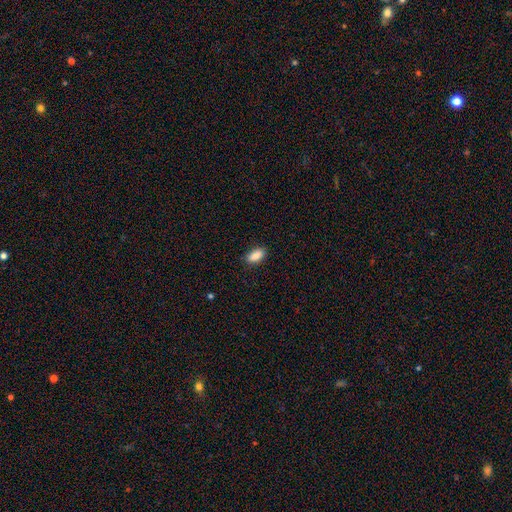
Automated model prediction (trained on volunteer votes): Smooth or featured: smooth — 88% (star or artifact — 7%)
How rounded: in between — 88% (cigar-shaped — 9%)
Merging: none — 85% (minor disturbance — 11%)